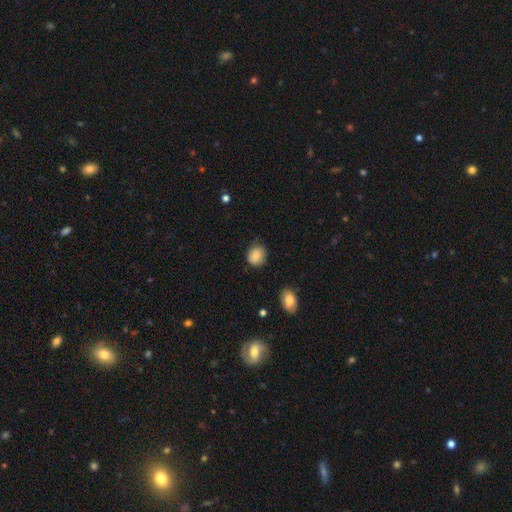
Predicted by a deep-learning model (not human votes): A smooth galaxy with no disk features (87%) that is round (67%). Merging: none (72%).